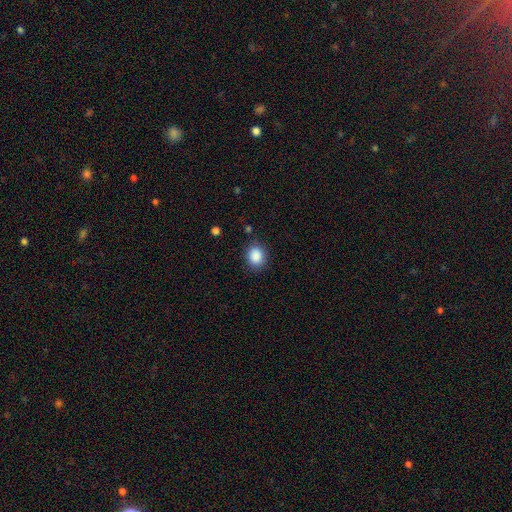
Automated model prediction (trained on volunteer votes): Q: Smooth or featured?
A: smooth (88%); runner-up: star or artifact (9%)
Q: How rounded?
A: round (58%); runner-up: in between (41%)
Q: Merging?
A: none (83%); runner-up: minor disturbance (12%)